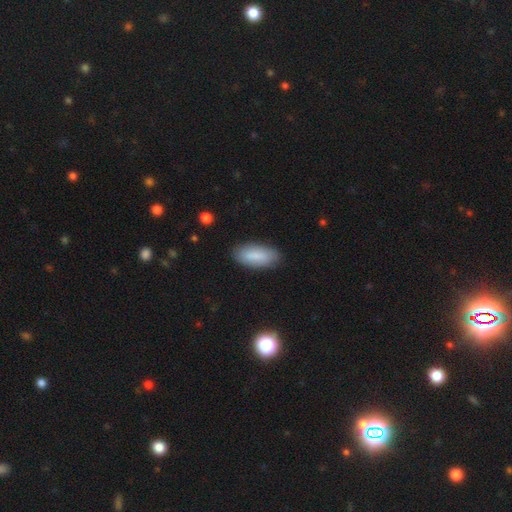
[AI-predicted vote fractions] A smooth galaxy with no disk features (83%) that is in between round and cigar-shaped (84%).

Vote fractions:
- Smooth or featured? smooth: 83% / featured or disk: 10% / star or artifact: 7%
- How rounded? in between: 84% / cigar-shaped: 14% / round: 2%
- Merging? none: 84% / minor disturbance: 12% / major disturbance: 3% / merger: 1%